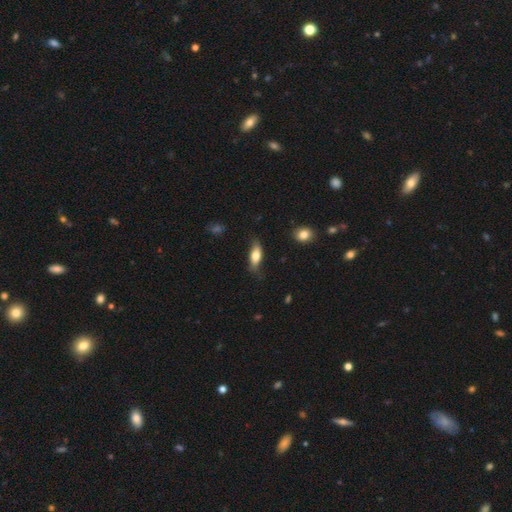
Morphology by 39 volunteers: Smooth or featured?
  - smooth: 82% *
  - featured or disk: 13%
  - star or artifact: 5%
How rounded?
  - in between: 75% *
  - cigar-shaped: 25%
  - round: 0%
Merging?
  - none: 78% *
  - minor disturbance: 16%
  - major disturbance: 5%
  - merger: 0%